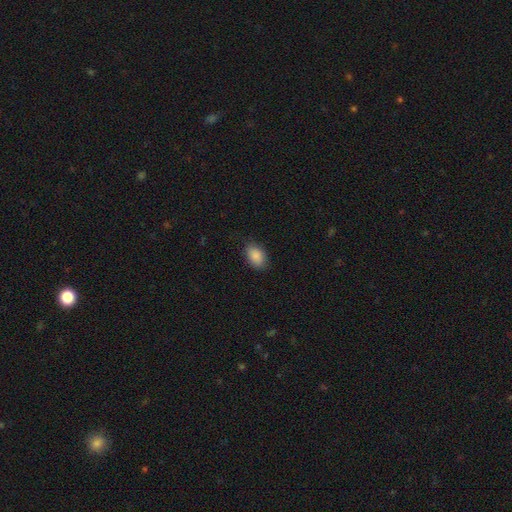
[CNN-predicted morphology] A smooth galaxy with no disk features (88%) that is in between round and cigar-shaped (87%).

Vote fractions:
- Smooth or featured? smooth: 88% / star or artifact: 8% / featured or disk: 4%
- How rounded? in between: 87% / round: 12% / cigar-shaped: 1%
- Merging? none: 83% / minor disturbance: 13% / major disturbance: 3% / merger: 1%